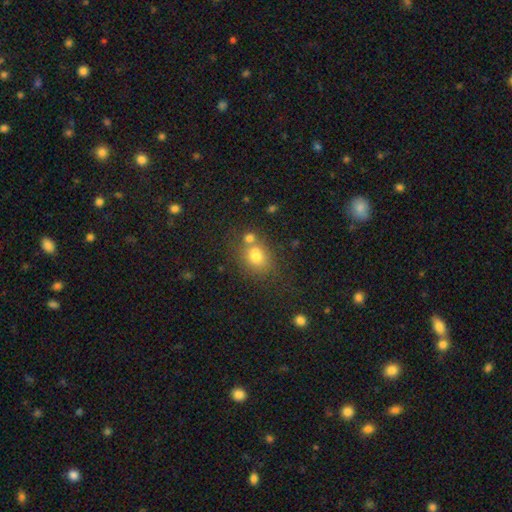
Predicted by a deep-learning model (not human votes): This appears to be a smooth galaxy with no disk features (72%) that is round (54%). Merging: none (51%).